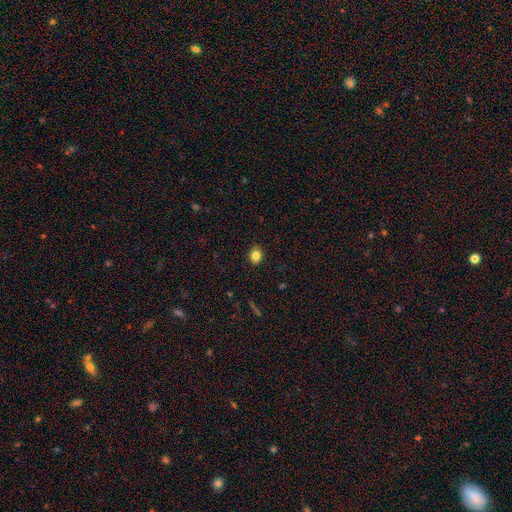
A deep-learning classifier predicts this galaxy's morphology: type=smooth (82%); roundness=round (66%); merging=none (90%).